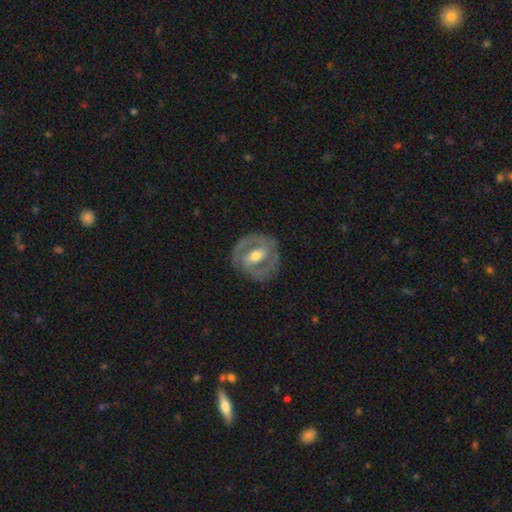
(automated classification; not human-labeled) This is clearly a featured or disk galaxy (80%). It is clearly not viewed edge-on (96%). Bar: marginally strong (42%). Spiral arm pattern: likely yes (76%). Spiral arm count: clearly 2 (83%). Spiral winding: possibly tight (52%). Central bulge: likely moderate (68%). Merging: clearly none (83%).